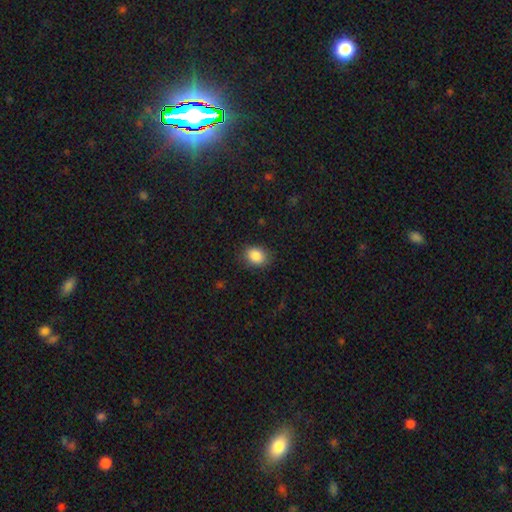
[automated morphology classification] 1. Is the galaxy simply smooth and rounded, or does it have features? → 87% smooth, 8% star or artifact, 4% featured or disk.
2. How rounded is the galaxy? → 59% in between, 40% round, 1% cigar-shaped.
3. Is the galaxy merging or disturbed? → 84% none, 12% minor disturbance, 3% major disturbance, 1% merger.